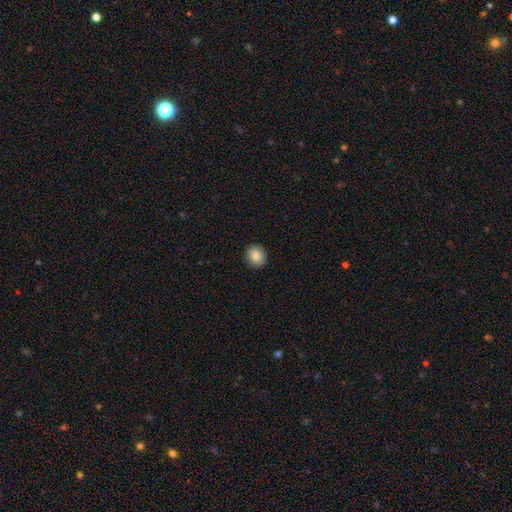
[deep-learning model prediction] Smooth or featured? smooth (87%)
How rounded? round (70%)
Merging? none (90%)